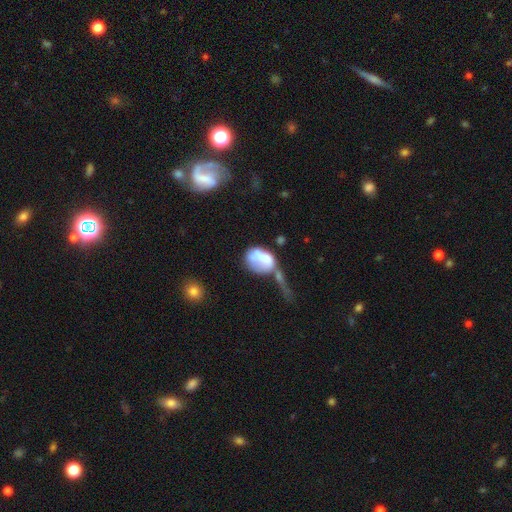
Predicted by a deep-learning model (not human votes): Smooth or featured? smooth (51%)
How rounded? in between (73%)
Merging? merger (39%)